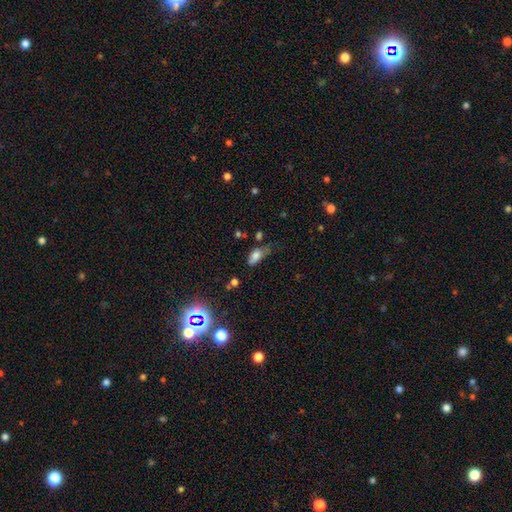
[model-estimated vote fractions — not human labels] smooth 74%, featured or disk 14%, star or artifact 12%. Down the decision tree: how rounded — in between (86%); merging — minor disturbance (37%).